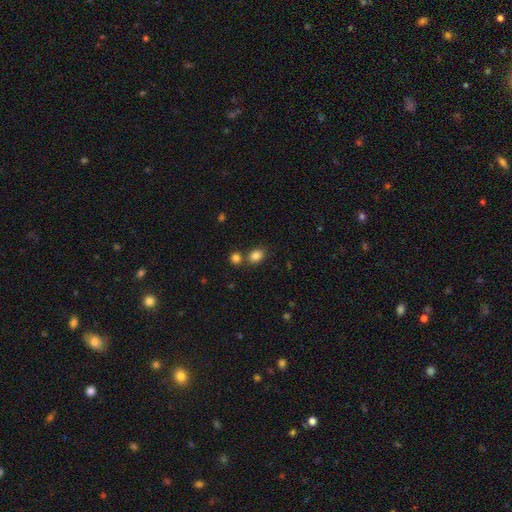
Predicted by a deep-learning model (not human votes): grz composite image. It shows a smooth galaxy with no disk features (84%) that is in between round and cigar-shaped (66%). Merging: none (66%).